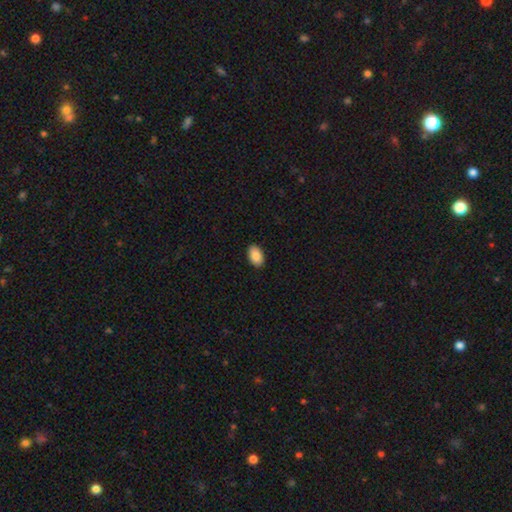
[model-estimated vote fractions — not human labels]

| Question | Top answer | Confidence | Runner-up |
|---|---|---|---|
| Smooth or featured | smooth | 89% | star or artifact (7%) |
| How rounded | in between | 93% | round (6%) |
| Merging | none | 90% | minor disturbance (7%) |